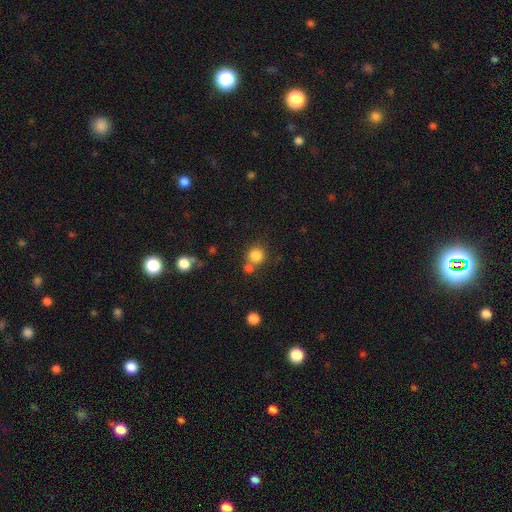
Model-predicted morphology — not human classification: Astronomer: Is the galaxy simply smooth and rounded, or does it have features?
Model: smooth — 83%.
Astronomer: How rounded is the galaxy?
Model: round — 91%.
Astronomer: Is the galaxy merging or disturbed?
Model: none — 66%.